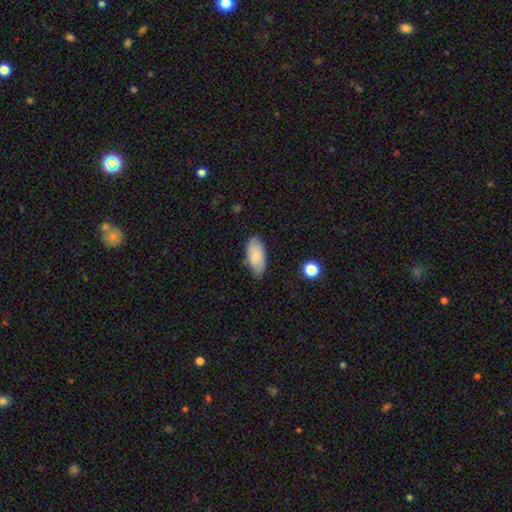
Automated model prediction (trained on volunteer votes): Smooth or featured? Predicted: smooth (p=0.81). How rounded? Predicted: in between (p=0.92). Merging? Predicted: none (p=0.78).